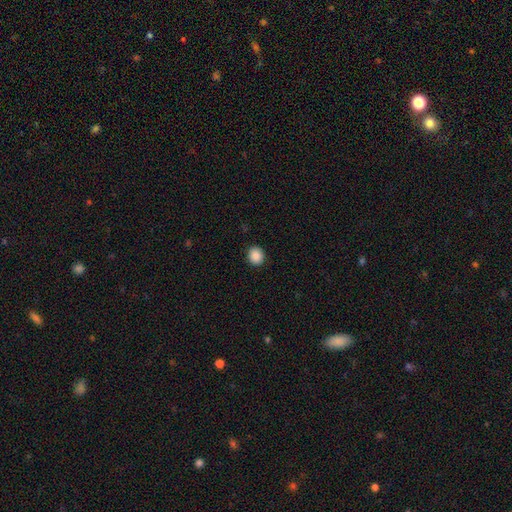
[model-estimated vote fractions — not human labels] smooth-or-featured: smooth: 89% | star or artifact: 9% | featured or disk: 2%
  how-rounded: round: 76% | in between: 23% | cigar-shaped: 1%
  merging: none: 91% | minor disturbance: 6% | major disturbance: 2% | merger: 1%